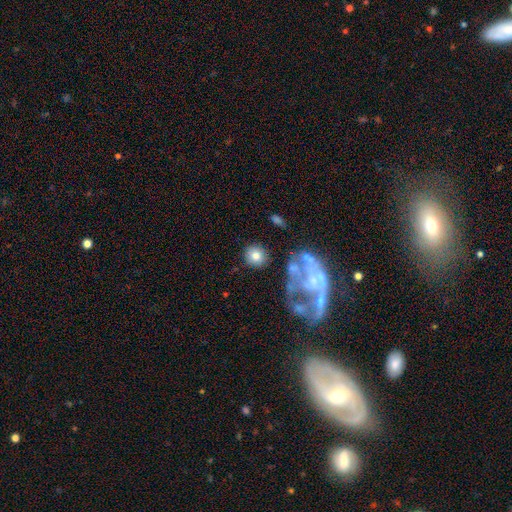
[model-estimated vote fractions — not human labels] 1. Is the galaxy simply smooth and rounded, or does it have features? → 71% smooth, 20% featured or disk, 9% star or artifact.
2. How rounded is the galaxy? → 86% round, 13% in between, 1% cigar-shaped.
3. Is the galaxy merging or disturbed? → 77% none, 10% minor disturbance, 7% major disturbance, 6% merger.